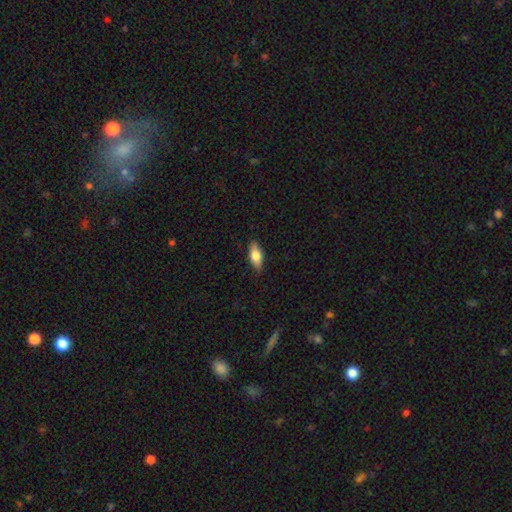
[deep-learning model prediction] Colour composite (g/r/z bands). It shows a smooth galaxy with no disk features (62%) that is in between round and cigar-shaped (74%). Merging: none (85%).